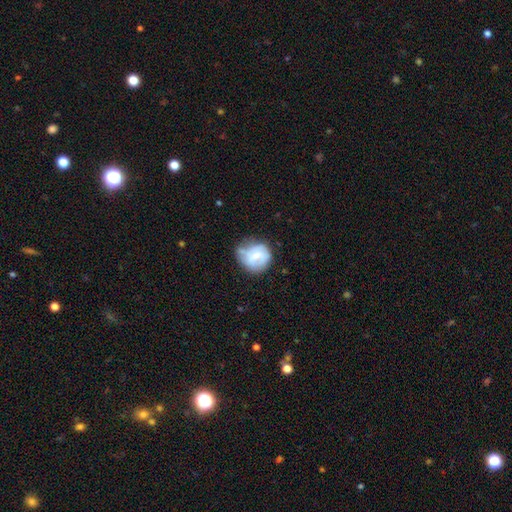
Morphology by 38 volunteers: smooth 61%, featured or disk 34%, star or artifact 5%. Down the decision tree: how rounded — round (83%); merging — minor disturbance (47%).